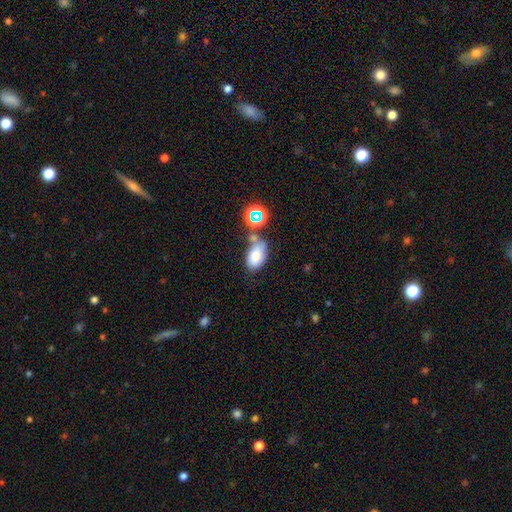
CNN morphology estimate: This is likely a smooth galaxy (74%). How rounded: clearly in between (89%). Merging: marginally none (44%).